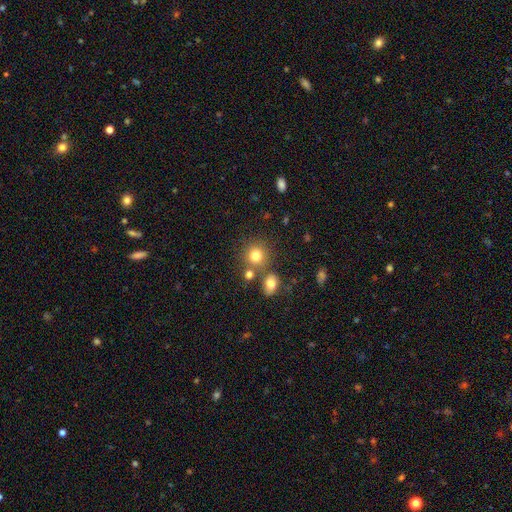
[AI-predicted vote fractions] The model was most divided on "merging": none: 70%, merger: 16%, minor disturbance: 10%, major disturbance: 4%. More confident: how rounded — round (87%); smooth or featured — smooth (79%).